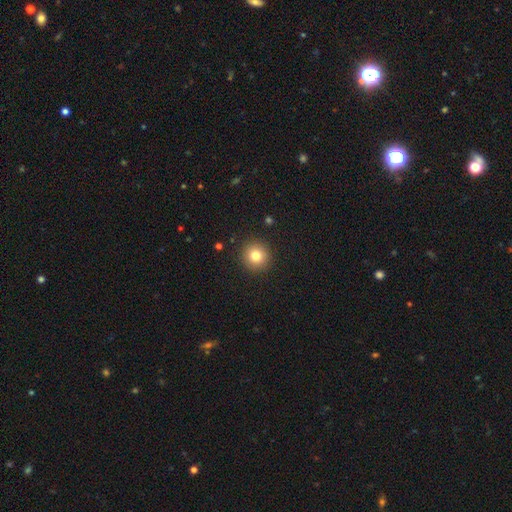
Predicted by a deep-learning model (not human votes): A smooth galaxy with no disk features (80%) that is round (95%).

Vote fractions:
- Smooth or featured? smooth: 80% / star or artifact: 11% / featured or disk: 8%
- How rounded? round: 95% / in between: 5% / cigar-shaped: 1%
- Merging? none: 91% / minor disturbance: 5% / major disturbance: 2% / merger: 1%